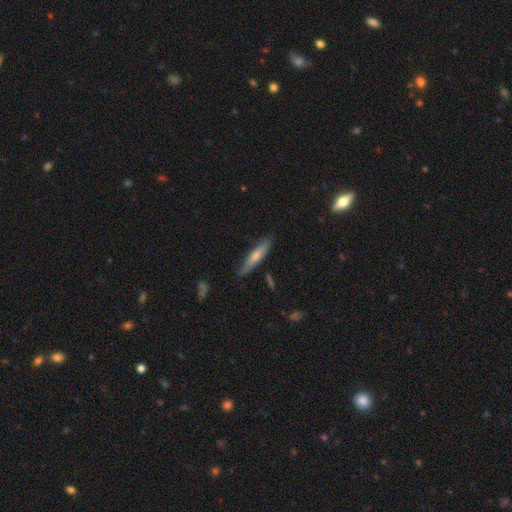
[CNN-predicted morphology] Q: Smooth or featured?
A: smooth (52%); runner-up: featured or disk (41%)
Q: How rounded?
A: cigar-shaped (87%); runner-up: in between (12%)
Q: Merging?
A: none (81%); runner-up: minor disturbance (15%)